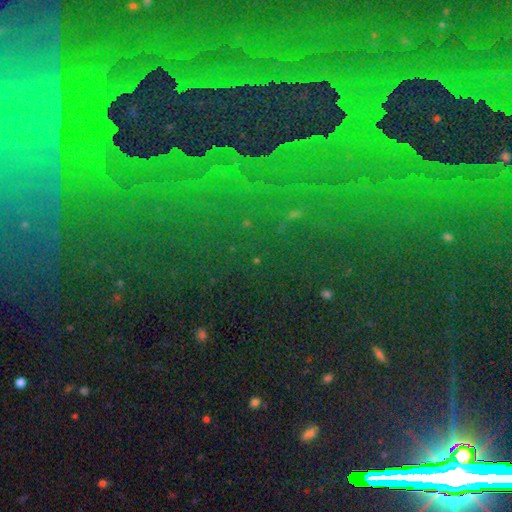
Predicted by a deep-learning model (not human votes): smooth-or-featured: star or artifact: 84% | featured or disk: 8% | smooth: 8%